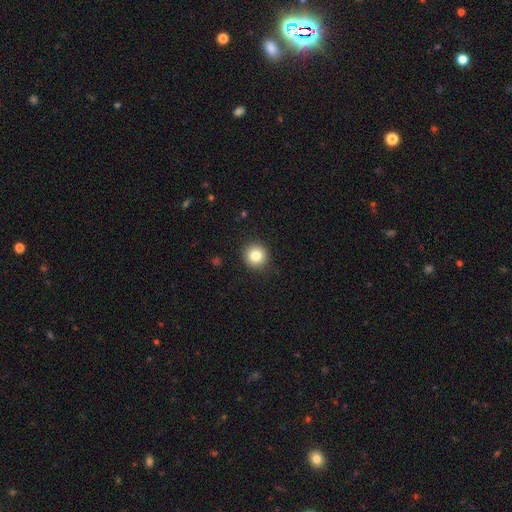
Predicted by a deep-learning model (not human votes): Smooth or featured?
  - smooth: 83% *
  - star or artifact: 10%
  - featured or disk: 7%
How rounded?
  - round: 92% *
  - in between: 7%
  - cigar-shaped: 1%
Merging?
  - none: 90% *
  - minor disturbance: 7%
  - major disturbance: 2%
  - merger: 1%